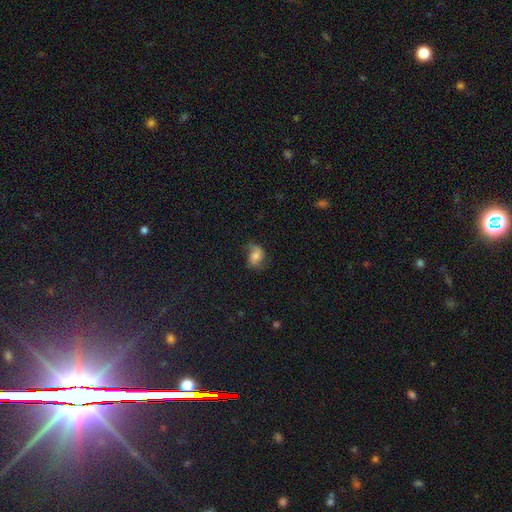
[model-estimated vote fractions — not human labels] smooth-or-featured: smooth: 59% | featured or disk: 31% | star or artifact: 10%
  how-rounded: in between: 58% | round: 41% | cigar-shaped: 1%
  merging: none: 56% | minor disturbance: 28% | major disturbance: 15% | merger: 2%